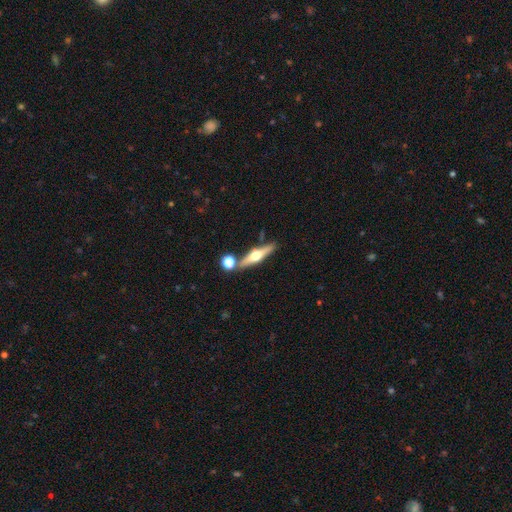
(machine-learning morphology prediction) This appears to be a featured or disk galaxy (69%) viewed edge-on (96%) with a rounded central bulge (95%). Merging: none (78%).